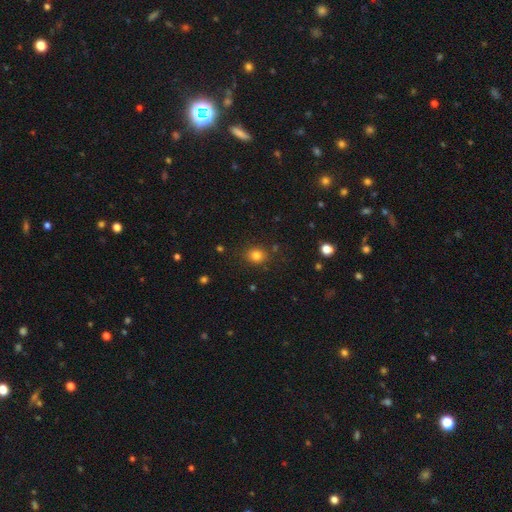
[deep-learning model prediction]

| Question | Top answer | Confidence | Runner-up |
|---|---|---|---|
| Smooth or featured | smooth | 80% | star or artifact (13%) |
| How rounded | round | 67% | in between (32%) |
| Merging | none | 85% | minor disturbance (10%) |